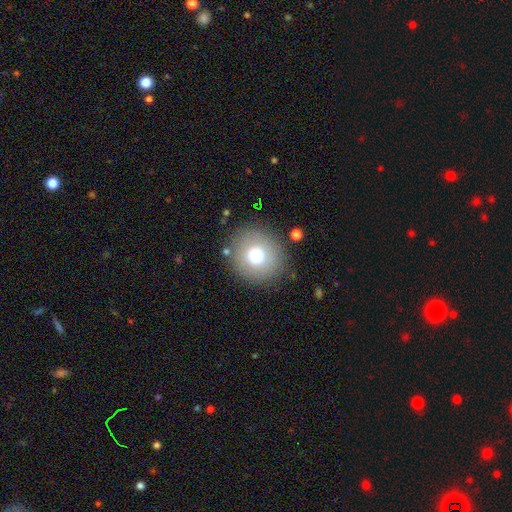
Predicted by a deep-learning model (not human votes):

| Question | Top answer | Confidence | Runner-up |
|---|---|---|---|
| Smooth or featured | smooth | 72% | featured or disk (15%) |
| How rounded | round | 92% | in between (7%) |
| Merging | none | 85% | minor disturbance (8%) |